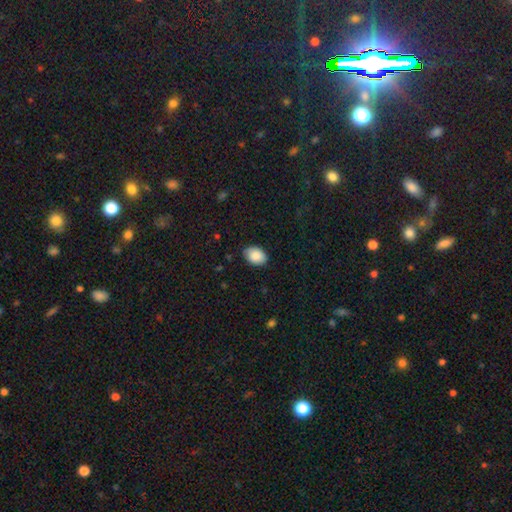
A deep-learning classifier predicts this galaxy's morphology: A smooth galaxy with no disk features (88%) that is in between round and cigar-shaped (81%). Merging: none (84%).